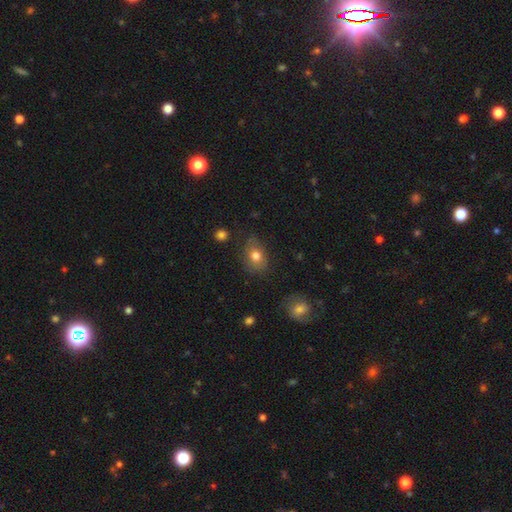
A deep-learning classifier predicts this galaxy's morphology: The model was most divided on "how rounded": in between: 67%, round: 32%, cigar-shaped: 1%. More confident: smooth or featured — smooth (74%); merging — none (69%).